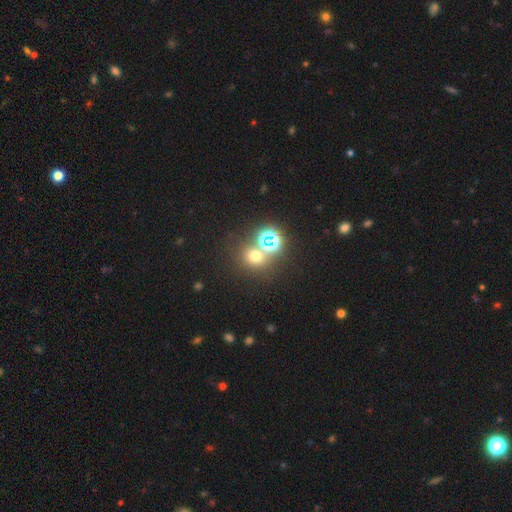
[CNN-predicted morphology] Overall: smooth (56%; star or artifact 36%). How rounded: round (82%). Merging: none (67%).